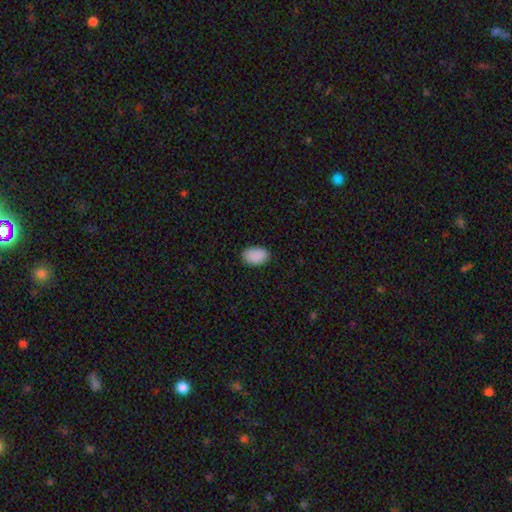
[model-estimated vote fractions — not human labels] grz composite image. It shows a smooth galaxy with no disk features (90%) that is in between round and cigar-shaped (89%). Merging: none (86%).